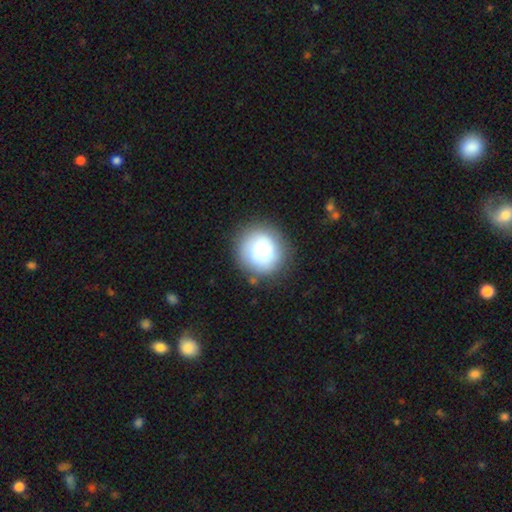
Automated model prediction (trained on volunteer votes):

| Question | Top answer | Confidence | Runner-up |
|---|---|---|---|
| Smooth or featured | smooth | 80% | featured or disk (12%) |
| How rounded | round | 90% | in between (9%) |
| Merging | none | 77% | minor disturbance (14%) |